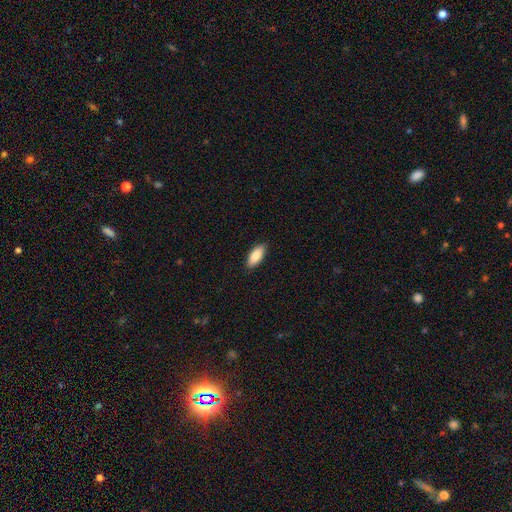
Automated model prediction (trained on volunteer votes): Smooth or featured: smooth — 87% (featured or disk — 8%)
How rounded: in between — 81% (cigar-shaped — 17%)
Merging: none — 88% (minor disturbance — 9%)